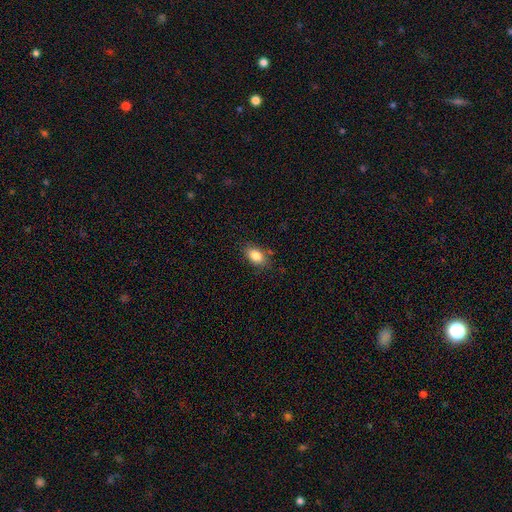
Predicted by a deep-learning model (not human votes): This appears to be a smooth galaxy with no disk features (86%) that is in between round and cigar-shaped (87%). Merging: none (79%).